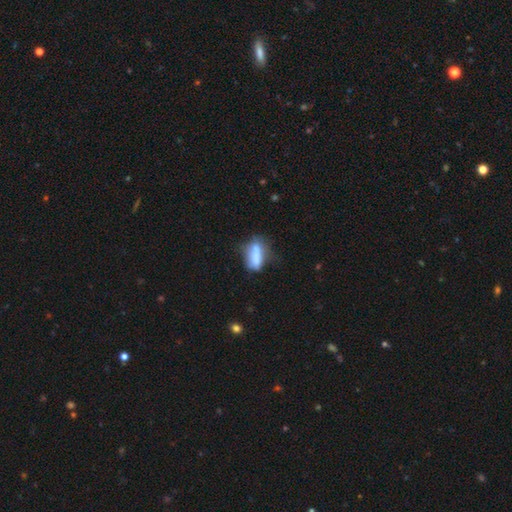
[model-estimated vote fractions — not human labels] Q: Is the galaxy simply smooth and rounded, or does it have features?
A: smooth — 73%.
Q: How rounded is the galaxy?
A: in between — 68%.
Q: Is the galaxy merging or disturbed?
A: none — 43%.